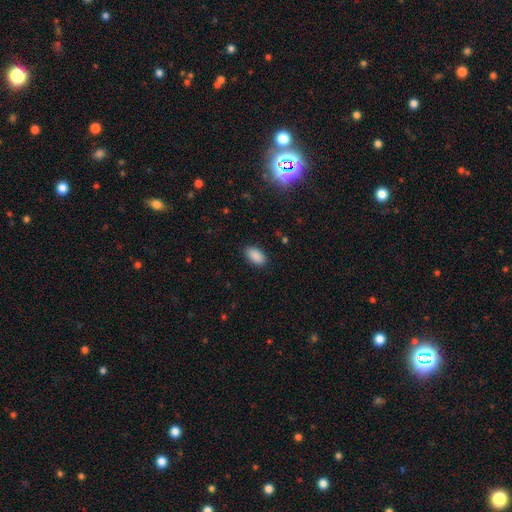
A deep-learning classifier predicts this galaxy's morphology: Smooth or featured?
  - smooth: 89% *
  - star or artifact: 8%
  - featured or disk: 3%
How rounded?
  - in between: 94% *
  - round: 4%
  - cigar-shaped: 2%
Merging?
  - none: 87% *
  - minor disturbance: 9%
  - major disturbance: 2%
  - merger: 1%